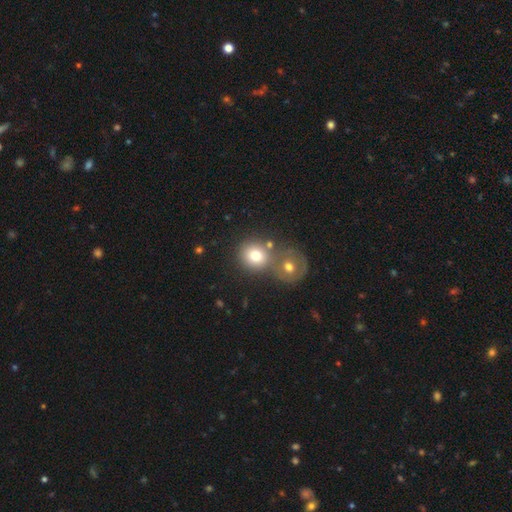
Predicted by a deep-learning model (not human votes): smooth 75%, featured or disk 13%, star or artifact 11%. Down the decision tree: how rounded — round (85%); merging — none (49%).